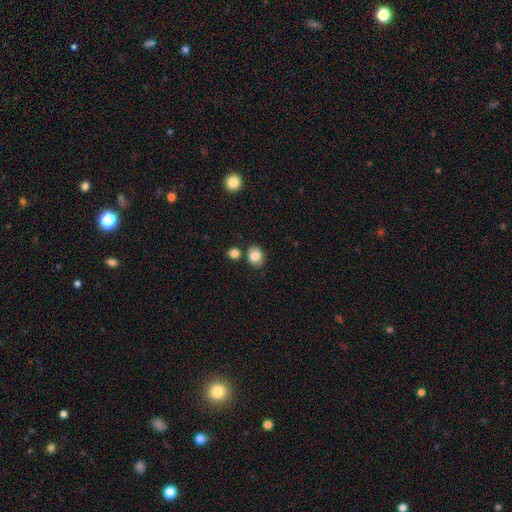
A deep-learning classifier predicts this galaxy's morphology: Smooth or featured? smooth (83%)
How rounded? round (55%)
Merging? none (75%)